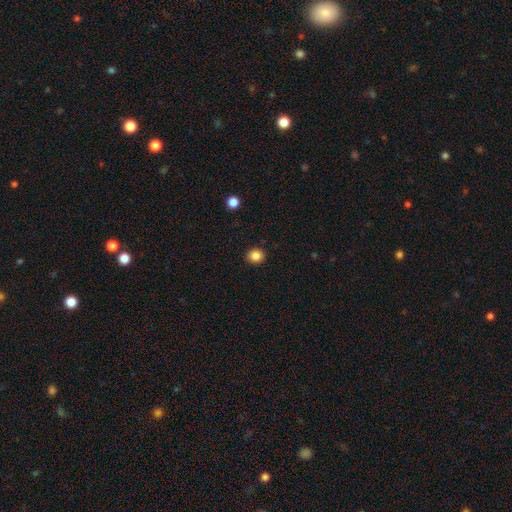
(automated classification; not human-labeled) A smooth galaxy with no disk features (85%) that is round (80%). Merging: none (90%).